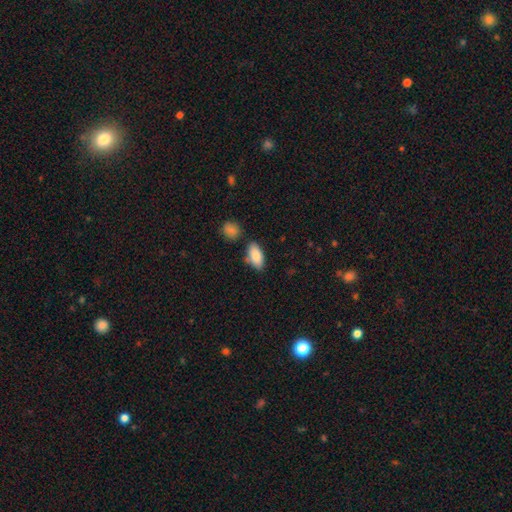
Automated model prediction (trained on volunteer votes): Overall: smooth (85%). How rounded: in between (91%). Merging: none (74%).